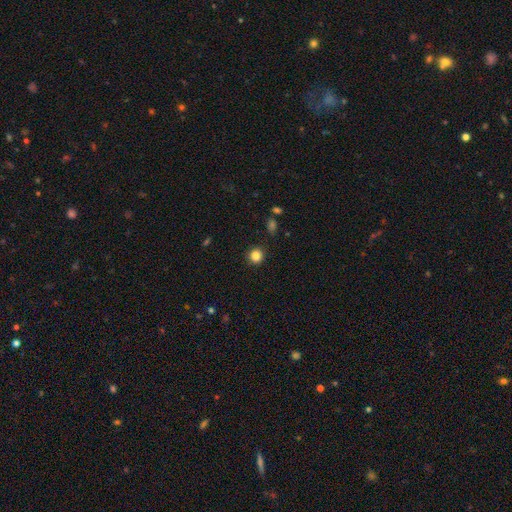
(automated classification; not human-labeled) This appears to be a smooth galaxy with no disk features (84%) that is round (89%). Merging: none (90%).